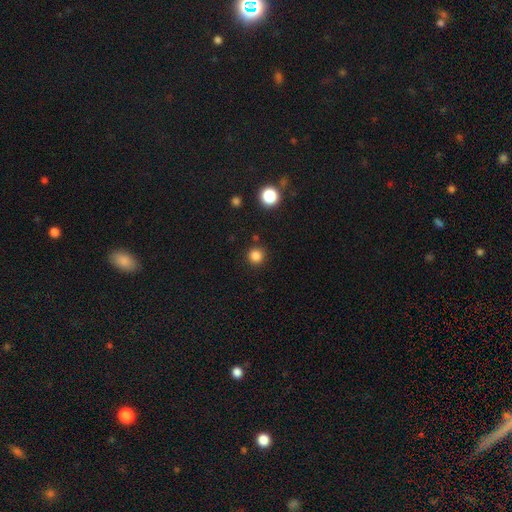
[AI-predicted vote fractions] Smooth or featured? smooth (83%)
How rounded? round (95%)
Merging? none (89%)